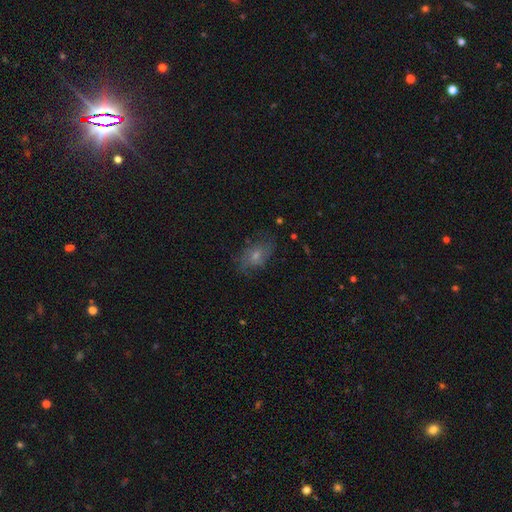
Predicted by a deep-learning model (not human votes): Smooth or featured? featured or disk (44%, tied with smooth)
Merging? none (64%)